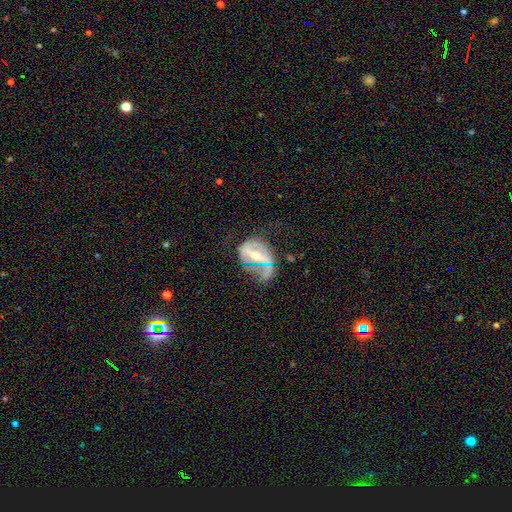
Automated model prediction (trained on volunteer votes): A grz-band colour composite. It shows a featured or disk galaxy (72%) with a strong bar (50%), spiral arms (55%) and a moderate central bulge (54%). Merging: none (34%).